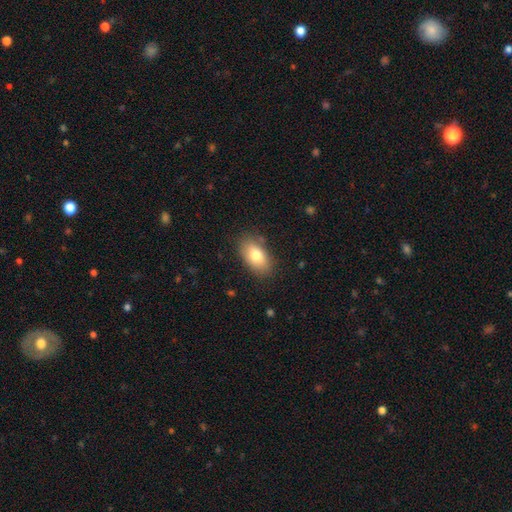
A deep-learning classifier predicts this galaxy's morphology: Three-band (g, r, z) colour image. It shows a smooth galaxy with no disk features (79%) that is in between round and cigar-shaped (91%). Merging: none (83%).